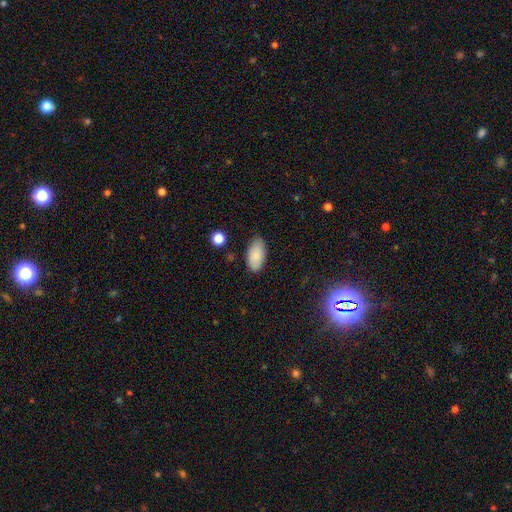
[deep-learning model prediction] smooth 88%, star or artifact 7%, featured or disk 5%. Down the decision tree: how rounded — in between (95%); merging — none (82%).